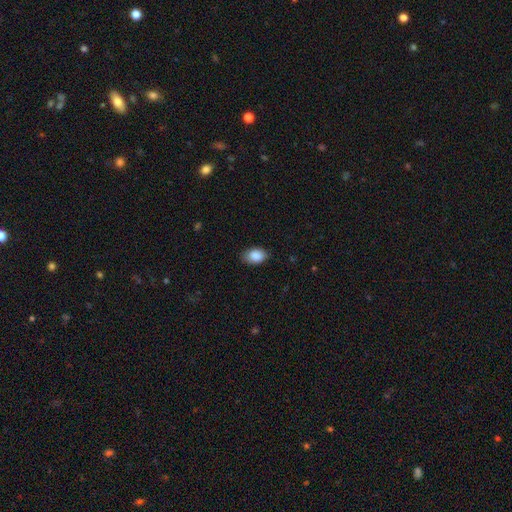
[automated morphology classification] A smooth galaxy with no disk features (88%) that is in between round and cigar-shaped (88%).

Vote fractions:
- Smooth or featured? smooth: 88% / star or artifact: 7% / featured or disk: 4%
- How rounded? in between: 88% / round: 11% / cigar-shaped: 1%
- Merging? none: 81% / minor disturbance: 15% / major disturbance: 3% / merger: 1%